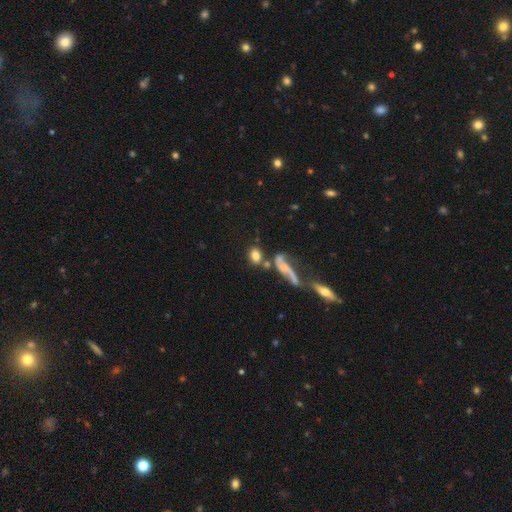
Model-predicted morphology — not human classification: This appears to be a smooth galaxy with no disk features (73%) that is in between round and cigar-shaped (60%). Merging: none (48%).